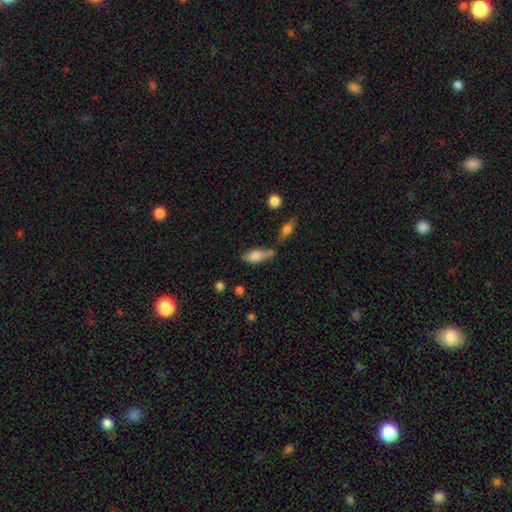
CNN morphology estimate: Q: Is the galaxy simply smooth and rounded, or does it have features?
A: smooth — 75%.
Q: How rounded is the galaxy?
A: in between — 74%.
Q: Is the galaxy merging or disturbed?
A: none — 47%.